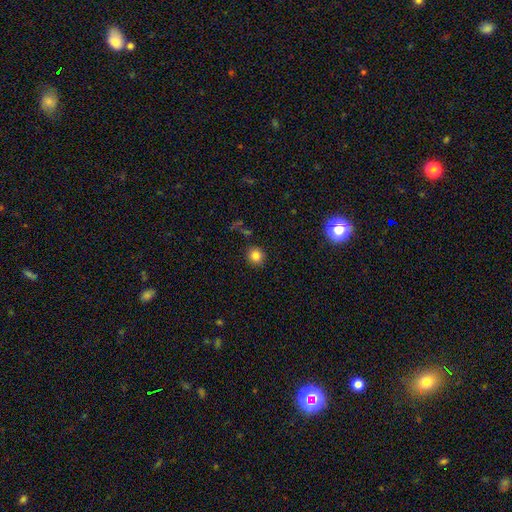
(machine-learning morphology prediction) Q: Smooth or featured?
A: smooth (82%); runner-up: star or artifact (12%)
Q: How rounded?
A: round (88%); runner-up: in between (11%)
Q: Merging?
A: none (87%); runner-up: minor disturbance (8%)